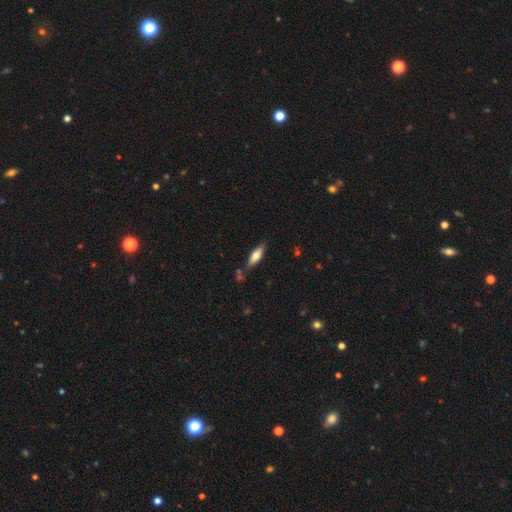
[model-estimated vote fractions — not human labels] Morphology: type=smooth (65%); roundness=in between (56%); merging=none (72%).